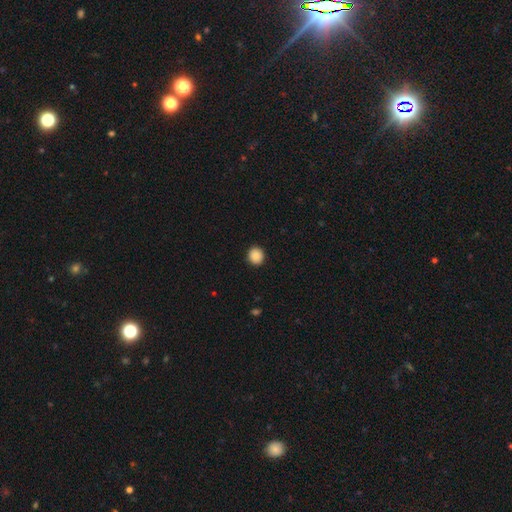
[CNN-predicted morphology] The model was most divided on "how rounded": round: 89%, in between: 10%, cigar-shaped: 1%. More confident: merging — none (92%); smooth or featured — smooth (88%).